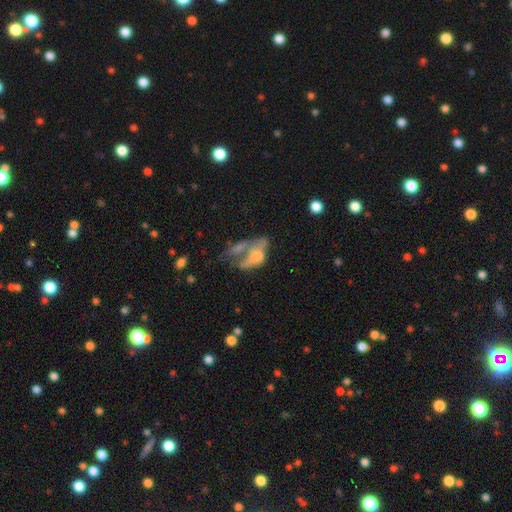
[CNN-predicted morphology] The model was most divided on "smooth or featured": smooth: 49%, featured or disk: 41%, star or artifact: 11%. Remaining: merging — merger (49%).